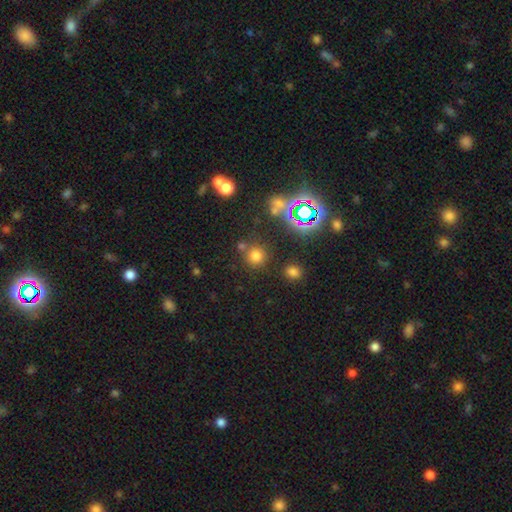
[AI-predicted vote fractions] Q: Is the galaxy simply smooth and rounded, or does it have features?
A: smooth — 67%.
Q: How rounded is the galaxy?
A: round — 91%.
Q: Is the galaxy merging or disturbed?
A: none — 75%.